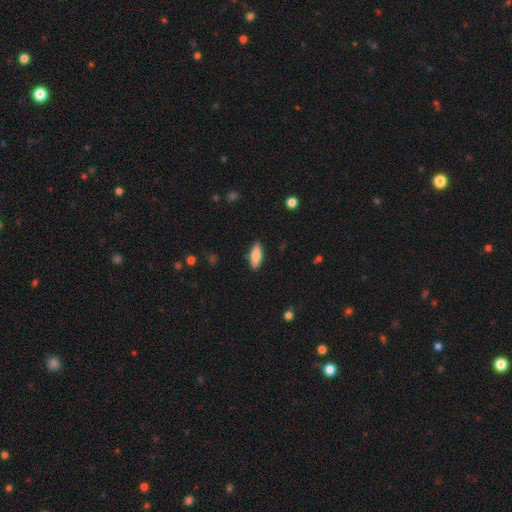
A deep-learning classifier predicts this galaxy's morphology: A smooth galaxy with no disk features (83%) that is in between round and cigar-shaped (77%). Merging: none (86%).